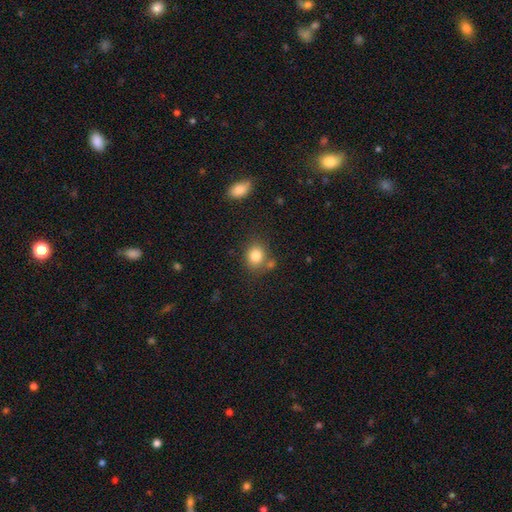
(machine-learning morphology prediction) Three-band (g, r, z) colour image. It shows a smooth galaxy with no disk features (83%) that is round (65%). Merging: none (69%).